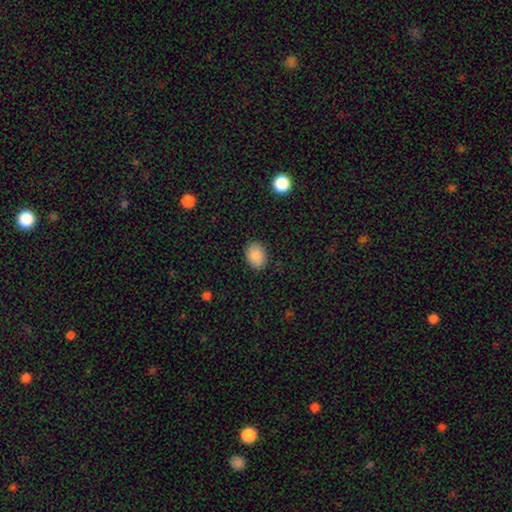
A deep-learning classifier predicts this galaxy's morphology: Smooth or featured: smooth — 89% (star or artifact — 7%)
How rounded: in between — 65% (round — 34%)
Merging: none — 88% (minor disturbance — 9%)